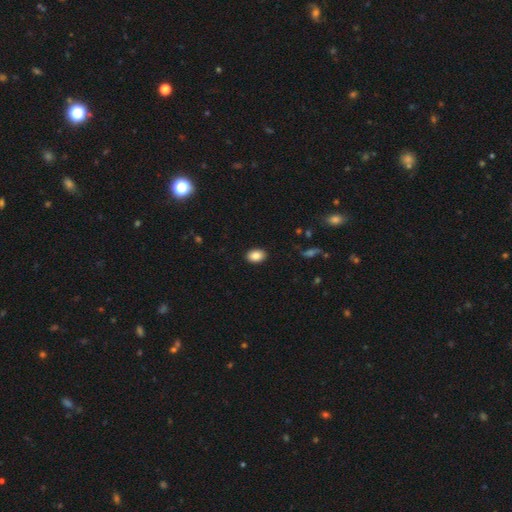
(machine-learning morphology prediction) Q: Smooth or featured?
A: smooth (87%); runner-up: star or artifact (8%)
Q: How rounded?
A: in between (82%); runner-up: round (17%)
Q: Merging?
A: none (90%); runner-up: minor disturbance (7%)